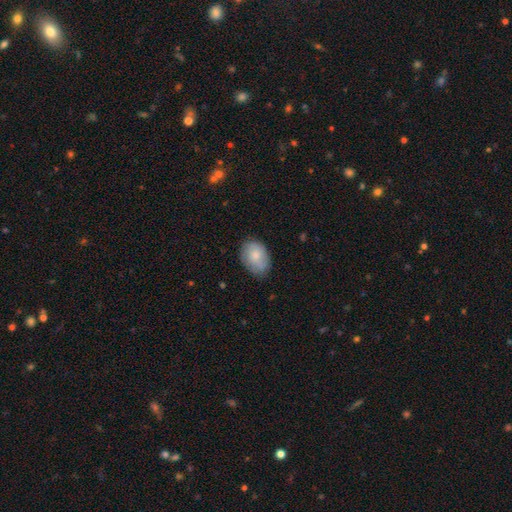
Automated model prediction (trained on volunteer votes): Overall: smooth (75%). How rounded: in between (79%). Merging: none (73%).